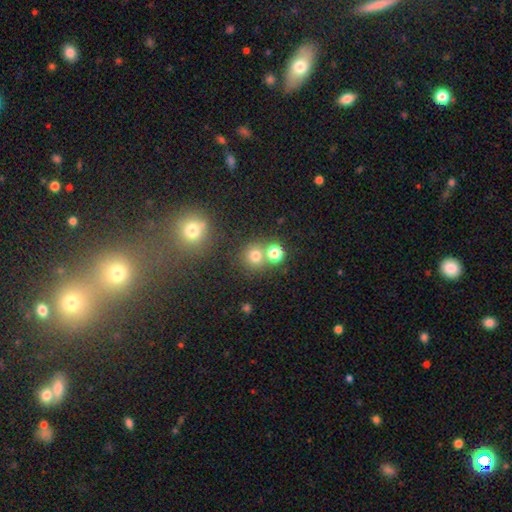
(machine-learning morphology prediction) The model was most divided on "merging": none: 65%, merger: 24%, minor disturbance: 8%, major disturbance: 4%. More confident: how rounded — round (89%); smooth or featured — smooth (71%).